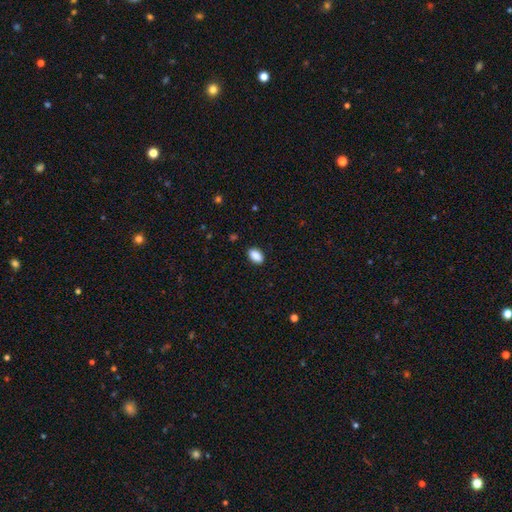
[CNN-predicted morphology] A smooth galaxy with no disk features (90%) that is in between round and cigar-shaped (92%).

Vote fractions:
- Smooth or featured? smooth: 90% / star or artifact: 7% / featured or disk: 3%
- How rounded? in between: 92% / round: 5% / cigar-shaped: 3%
- Merging? none: 89% / minor disturbance: 8% / major disturbance: 2% / merger: 1%